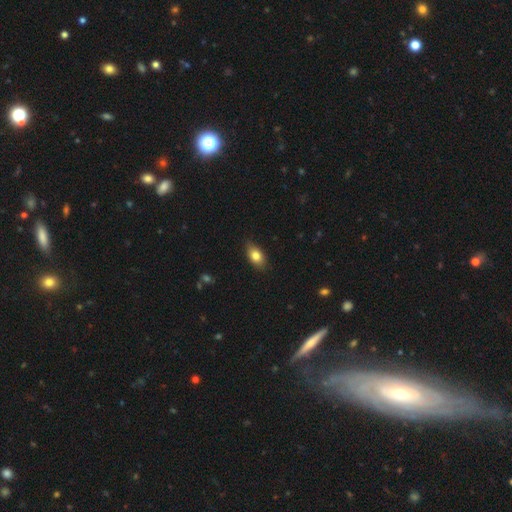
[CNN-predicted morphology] This is clearly a smooth galaxy (81%). How rounded: clearly in between (86%). Merging: clearly none (81%).